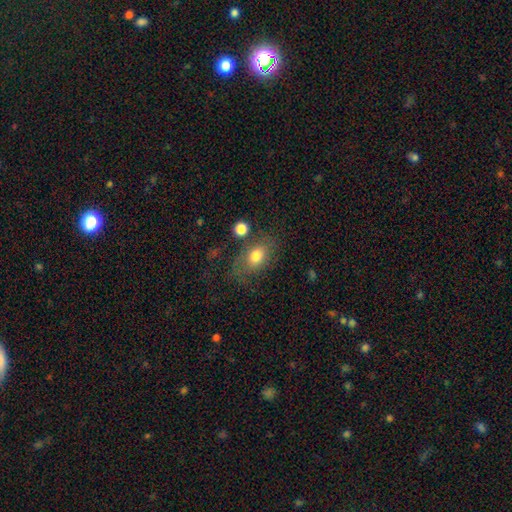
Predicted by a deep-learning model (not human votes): This appears to be a smooth galaxy with no disk features (75%) that is in between round and cigar-shaped (79%). Merging: none (57%).